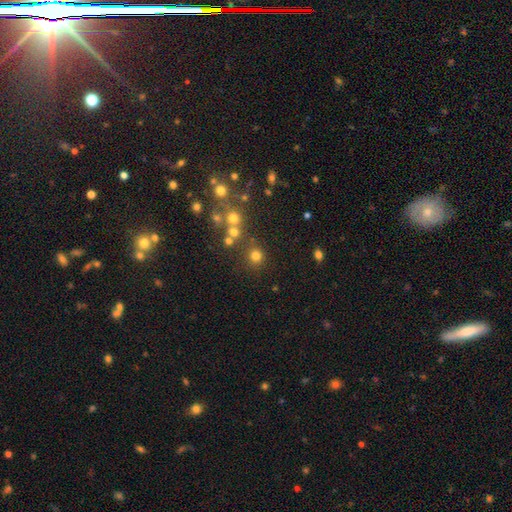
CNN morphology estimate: Smooth or featured?
  - smooth: 75% *
  - star or artifact: 18%
  - featured or disk: 7%
How rounded?
  - round: 92% *
  - in between: 7%
  - cigar-shaped: 1%
Merging?
  - none: 80% *
  - merger: 9%
  - minor disturbance: 7%
  - major disturbance: 4%